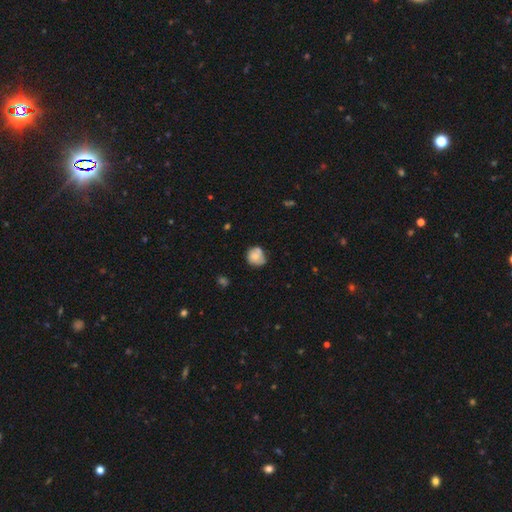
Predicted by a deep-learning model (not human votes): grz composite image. It shows a smooth galaxy with no disk features (69%) that is round (76%). Merging: none (49%).